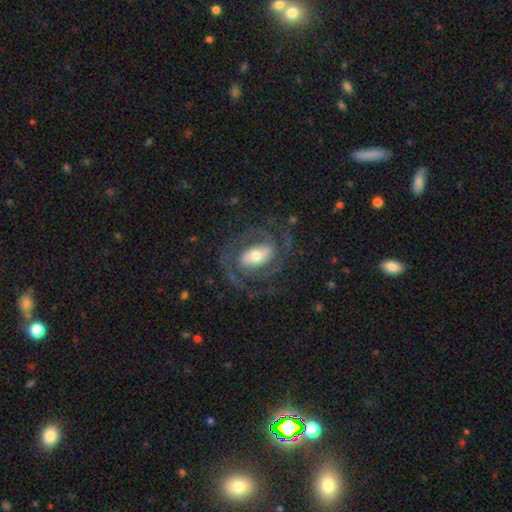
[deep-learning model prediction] A featured or disk galaxy (86%) with a strong bar (35%), 2 (73%) medium (45%) spiral arms (93%) and a moderate central bulge (57%).

Vote fractions:
- Smooth or featured? featured or disk: 86% / smooth: 9% / star or artifact: 5%
- Edge-on disk? no: 97% / yes: 3%
- Bar? strong: 35% / weak: 34% / no: 31%
- Spiral arms? yes: 93% / no: 7%
- Spiral winding? medium: 45% / tight: 41% / loose: 13%
- Spiral arm count? 2: 73% / 3: 9% / can't tell: 9% / 1: 4% / 4: 3% / more than 4: 3%
- Bulge size? moderate: 57% / small: 25% / large: 15% / dominant: 2% / none: 1%
- Merging? none: 71% / major disturbance: 14% / minor disturbance: 14% / merger: 1%